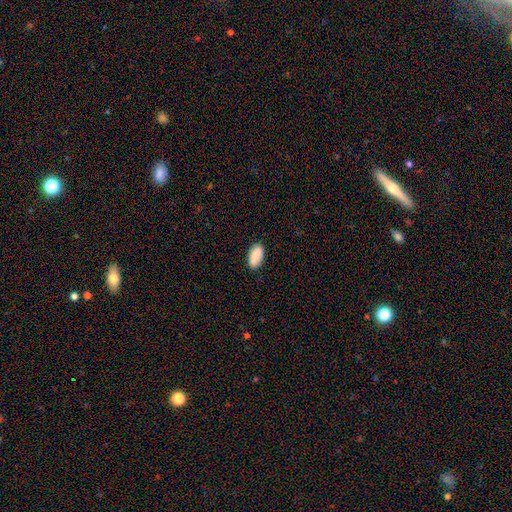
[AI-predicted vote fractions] Overall: smooth (89%). How rounded: in between (93%). Merging: none (87%).